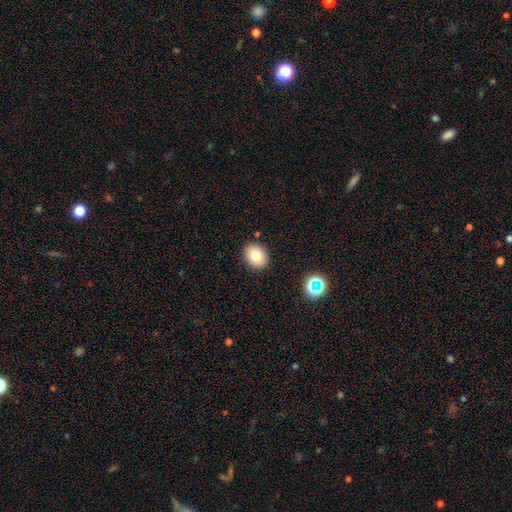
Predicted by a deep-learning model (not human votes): smooth 80%, star or artifact 11%, featured or disk 10%. Down the decision tree: how rounded — in between (51%); merging — none (89%).